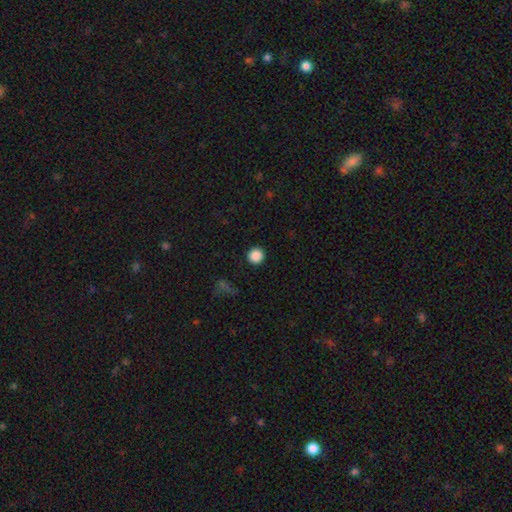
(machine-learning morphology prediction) Smooth or featured: smooth — 88% (star or artifact — 10%)
How rounded: round — 96% (in between — 3%)
Merging: none — 92% (minor disturbance — 5%)